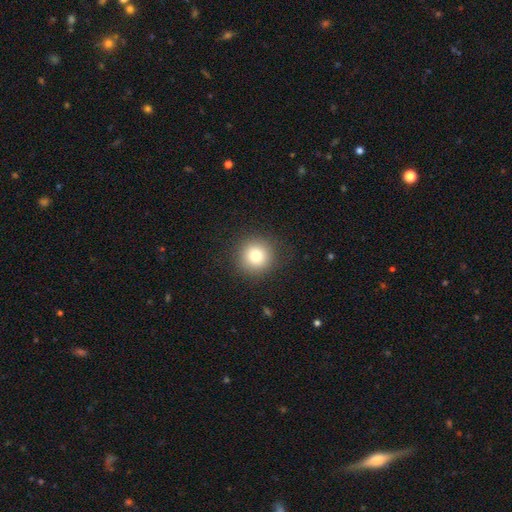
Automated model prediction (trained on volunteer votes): This appears to be a smooth galaxy with no disk features (79%) that is round (95%). Merging: none (89%).